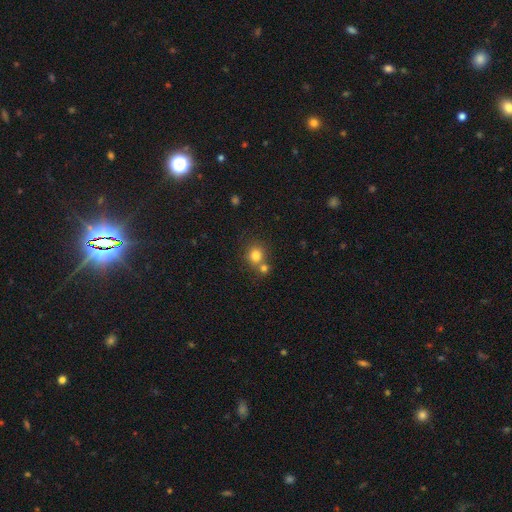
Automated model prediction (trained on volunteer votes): Smooth or featured: smooth — 80% (star or artifact — 12%)
How rounded: round — 86% (in between — 13%)
Merging: none — 57% (merger — 32%)